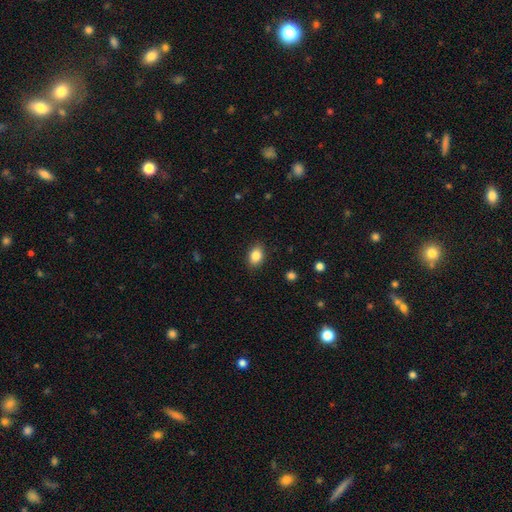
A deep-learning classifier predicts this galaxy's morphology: A smooth galaxy with no disk features (86%) that is in between round and cigar-shaped (77%).

Vote fractions:
- Smooth or featured? smooth: 86% / star or artifact: 9% / featured or disk: 5%
- How rounded? in between: 77% / round: 22% / cigar-shaped: 1%
- Merging? none: 88% / minor disturbance: 9% / major disturbance: 2% / merger: 1%